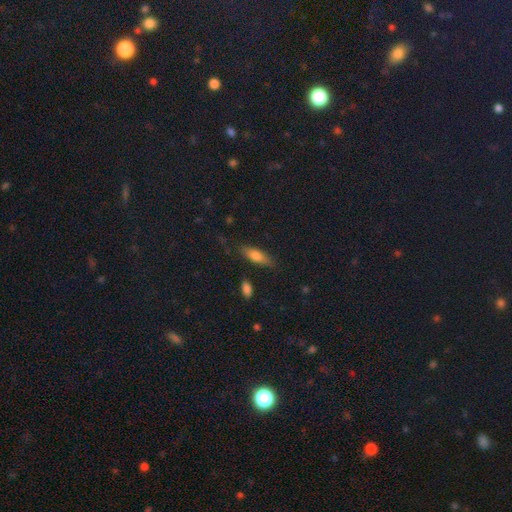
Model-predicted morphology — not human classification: A smooth galaxy with no disk features (69%) that is in between round and cigar-shaped (52%). Merging: none (80%).